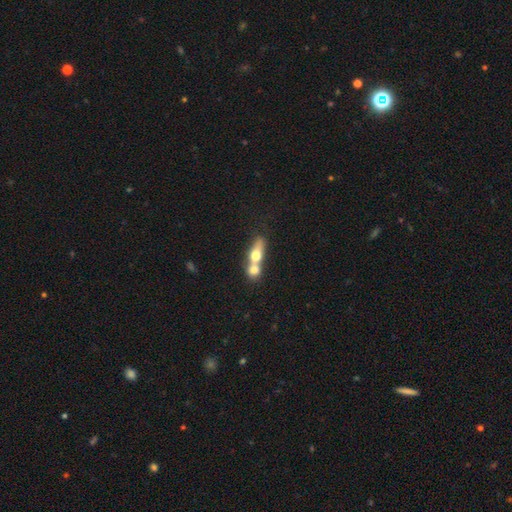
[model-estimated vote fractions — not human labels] Smooth or featured: smooth — 62% (featured or disk — 31%)
How rounded: in between — 50% (cigar-shaped — 26%)
Merging: merger — 74% (none — 17%)